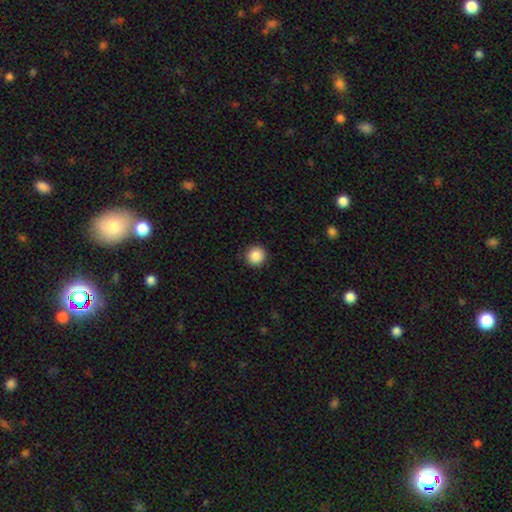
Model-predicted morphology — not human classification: type=smooth (87%); roundness=round (94%); merging=none (91%).